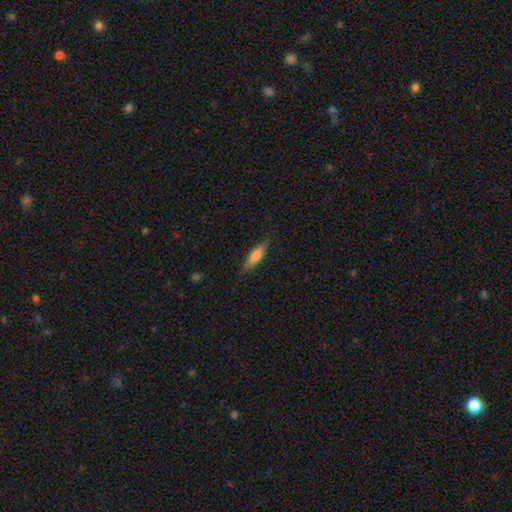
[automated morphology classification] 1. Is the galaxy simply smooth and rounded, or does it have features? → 67% smooth, 27% featured or disk, 6% star or artifact.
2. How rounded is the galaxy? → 62% cigar-shaped, 36% in between, 2% round.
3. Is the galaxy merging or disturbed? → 82% none, 14% minor disturbance, 3% major disturbance, 1% merger.